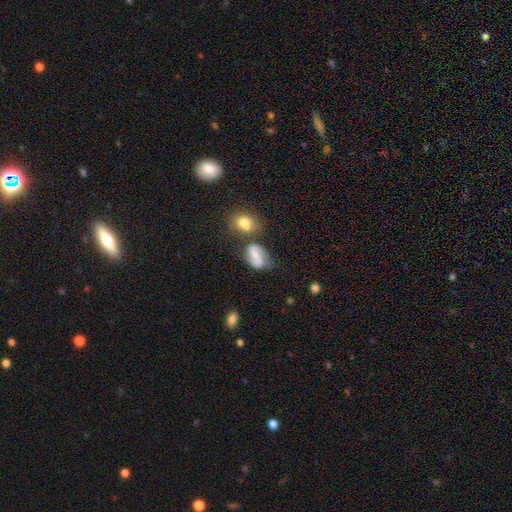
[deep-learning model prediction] A featured or disk galaxy (49%).

Vote fractions:
- Smooth or featured? featured or disk: 49% / smooth: 40% / star or artifact: 11%
- Merging? none: 52% / minor disturbance: 21% / merger: 17% / major disturbance: 10%